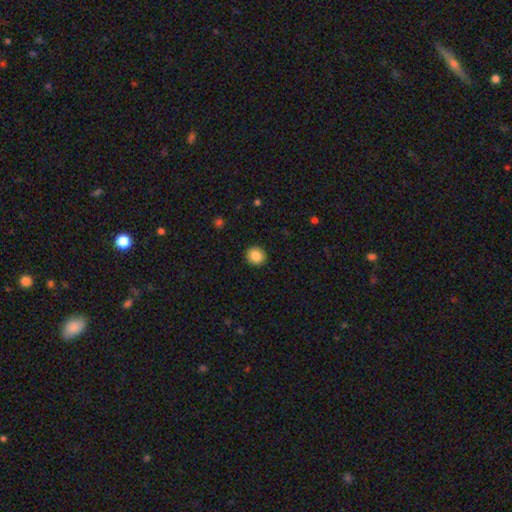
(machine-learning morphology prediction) type=smooth (86%); roundness=round (85%); merging=none (92%).